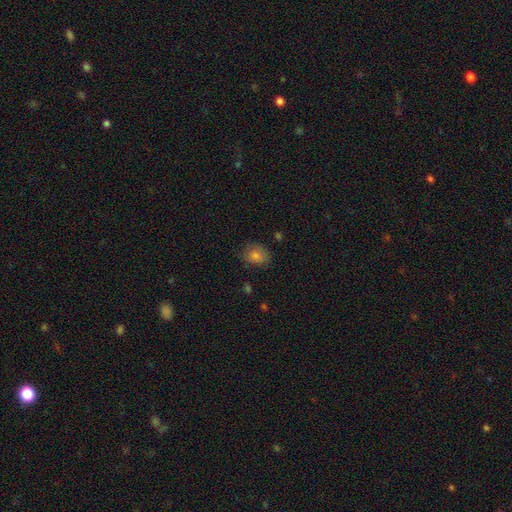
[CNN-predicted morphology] smooth 77%, star or artifact 13%, featured or disk 10%. Down the decision tree: how rounded — round (54%); merging — none (77%).